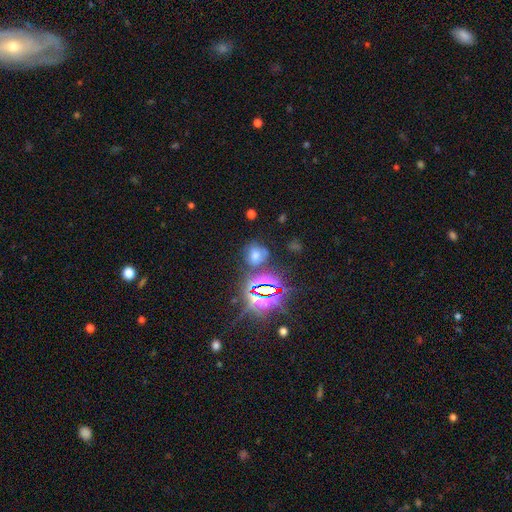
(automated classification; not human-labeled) Smooth or featured: smooth — 47% (star or artifact — 39%)
Merging: none — 65% (minor disturbance — 18%)